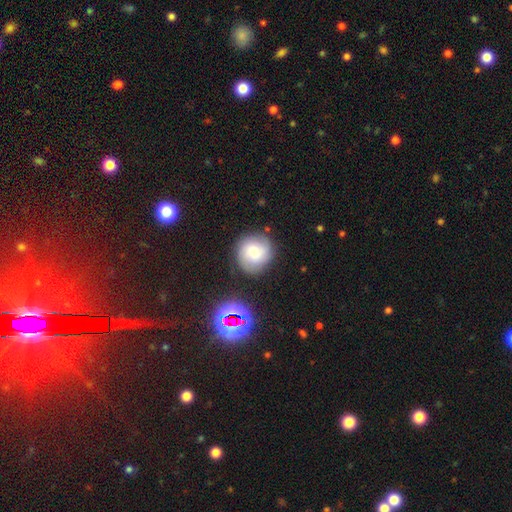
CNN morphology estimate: A smooth galaxy with no disk features (57%) that is round (88%). Merging: none (78%).